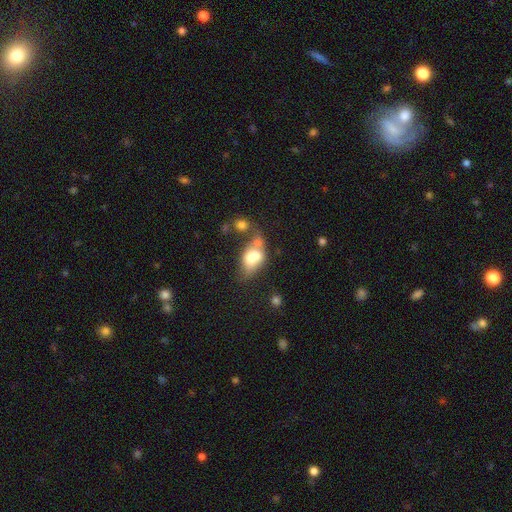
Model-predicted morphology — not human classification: Smooth or featured?
  - smooth: 62% *
  - featured or disk: 28%
  - star or artifact: 10%
How rounded?
  - in between: 78% *
  - round: 19%
  - cigar-shaped: 3%
Merging?
  - merger: 53% *
  - none: 21%
  - minor disturbance: 14%
  - major disturbance: 12%